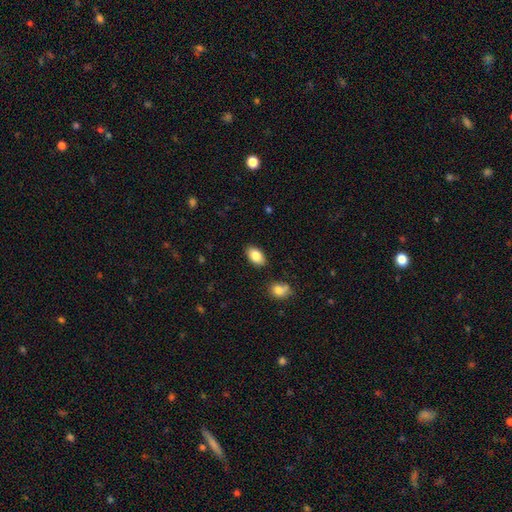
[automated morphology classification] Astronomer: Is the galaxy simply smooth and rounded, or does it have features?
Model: smooth — 83%.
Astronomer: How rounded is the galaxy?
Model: in between — 92%.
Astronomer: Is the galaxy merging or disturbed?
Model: none — 86%.